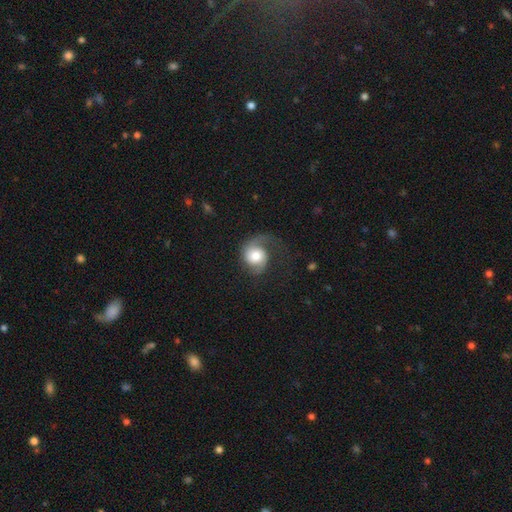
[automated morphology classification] Smooth or featured? featured or disk (59%)
Edge-on disk? no (97%)
Bar? no (70%)
Spiral arms? yes (91%)
Spiral winding? loose (42%)
Spiral arm count? 1 (52%)
Bulge size? moderate (50%)
Merging? none (44%)